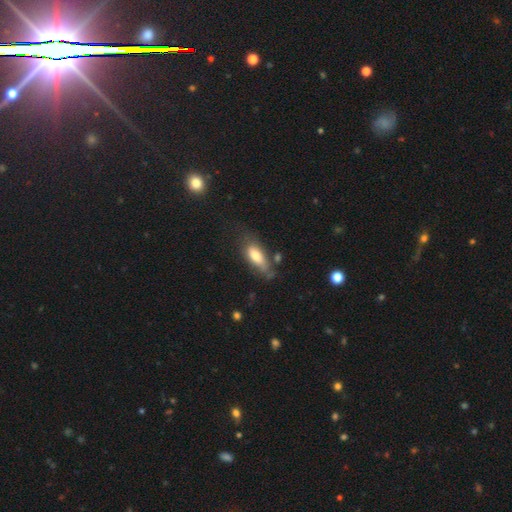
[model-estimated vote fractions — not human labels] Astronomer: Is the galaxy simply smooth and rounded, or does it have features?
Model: smooth — 69%.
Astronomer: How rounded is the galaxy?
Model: in between — 76%.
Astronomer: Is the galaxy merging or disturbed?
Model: none — 50% (runner-up: minor disturbance, 29%).